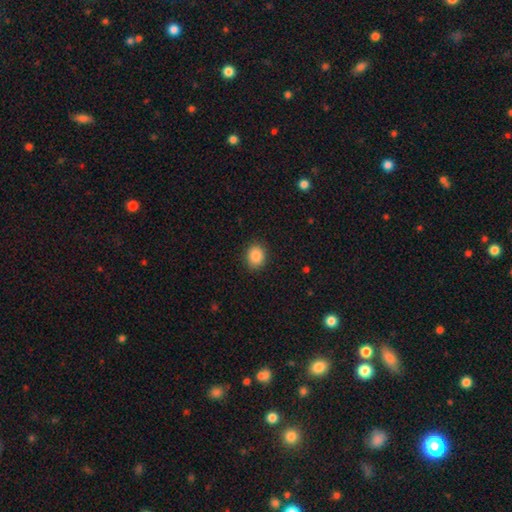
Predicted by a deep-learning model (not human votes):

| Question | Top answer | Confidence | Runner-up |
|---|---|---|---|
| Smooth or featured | smooth | 87% | star or artifact (9%) |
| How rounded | round | 67% | in between (32%) |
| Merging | none | 89% | minor disturbance (8%) |